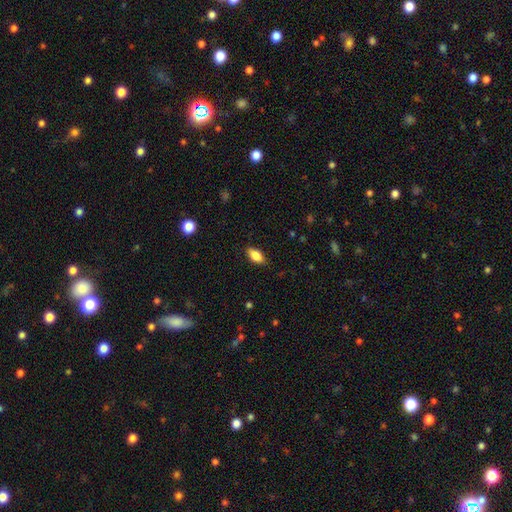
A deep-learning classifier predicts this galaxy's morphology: Overall: smooth (81%). How rounded: in between (88%). Merging: none (84%).